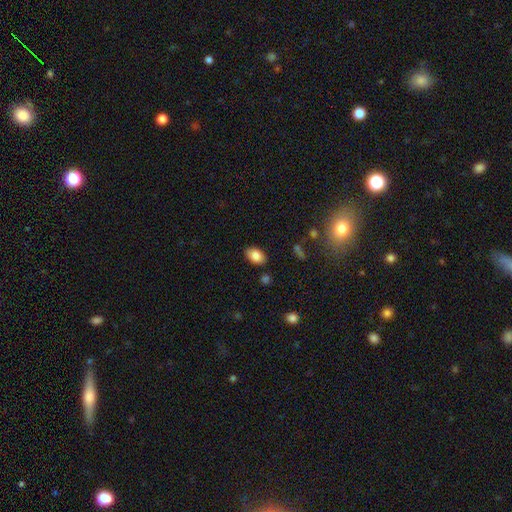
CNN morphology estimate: A smooth galaxy with no disk features (84%) that is in between round and cigar-shaped (90%).

Vote fractions:
- Smooth or featured? smooth: 84% / star or artifact: 8% / featured or disk: 8%
- How rounded? in between: 90% / round: 9% / cigar-shaped: 1%
- Merging? none: 85% / minor disturbance: 10% / major disturbance: 2% / merger: 2%